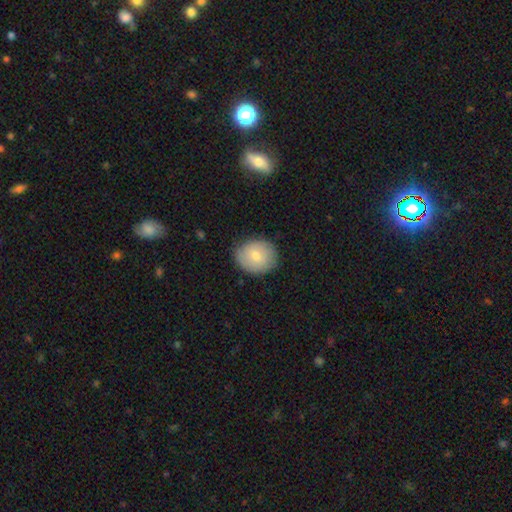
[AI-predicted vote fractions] Smooth or featured? Predicted: smooth (p=0.75). How rounded? Predicted: round (p=0.67). Merging? Predicted: none (p=0.82).